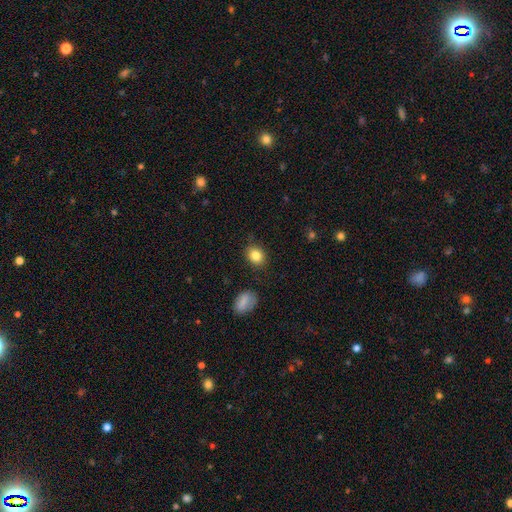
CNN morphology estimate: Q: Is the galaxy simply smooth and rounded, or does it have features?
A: smooth — 83%.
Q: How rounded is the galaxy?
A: round — 51%.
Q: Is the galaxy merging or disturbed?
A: none — 85%.